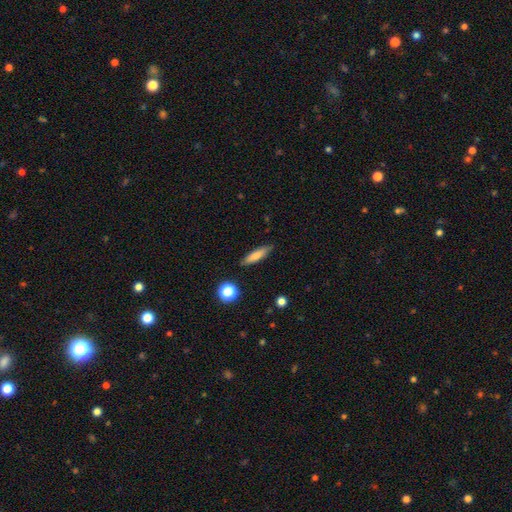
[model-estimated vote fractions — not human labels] Smooth or featured: smooth — 77% (featured or disk — 15%)
How rounded: cigar-shaped — 75% (in between — 22%)
Merging: none — 86% (minor disturbance — 10%)